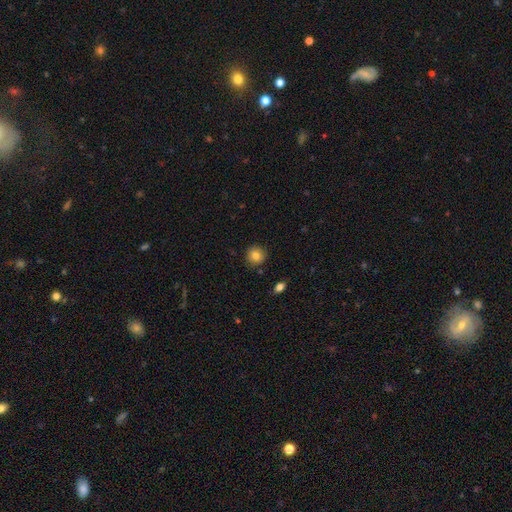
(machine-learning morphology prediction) This appears to be a smooth galaxy with no disk features (82%) that is round (93%). Merging: none (90%).